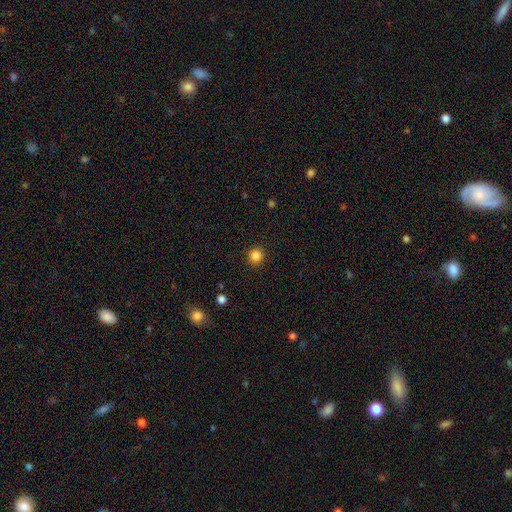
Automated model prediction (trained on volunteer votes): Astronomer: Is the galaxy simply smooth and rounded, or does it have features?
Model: smooth — 85%.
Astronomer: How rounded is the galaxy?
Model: round — 95%.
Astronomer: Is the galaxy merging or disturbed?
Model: none — 92%.